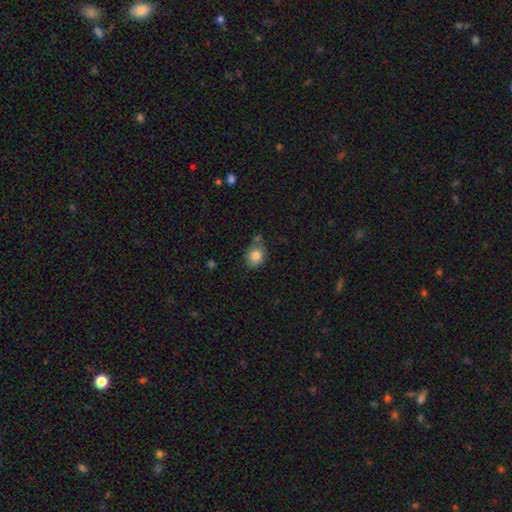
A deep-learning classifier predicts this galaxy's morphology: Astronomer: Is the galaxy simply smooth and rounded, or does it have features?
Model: smooth — 83%.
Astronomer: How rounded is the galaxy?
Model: round — 52% (runner-up: in between, 47%).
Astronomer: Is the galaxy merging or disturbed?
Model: none — 68%.